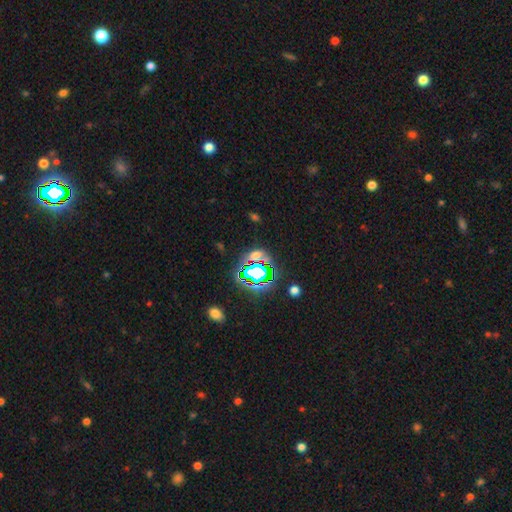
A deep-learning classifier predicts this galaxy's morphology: This is possibly a star or artifact rather than a galaxy (58%).